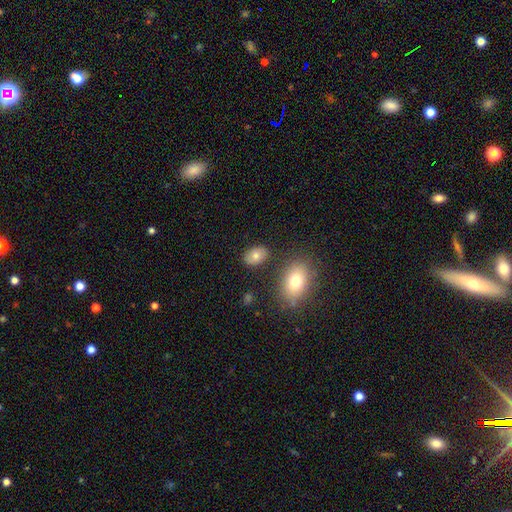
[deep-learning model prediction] Smooth or featured? smooth (76%)
How rounded? in between (83%)
Merging? none (80%)